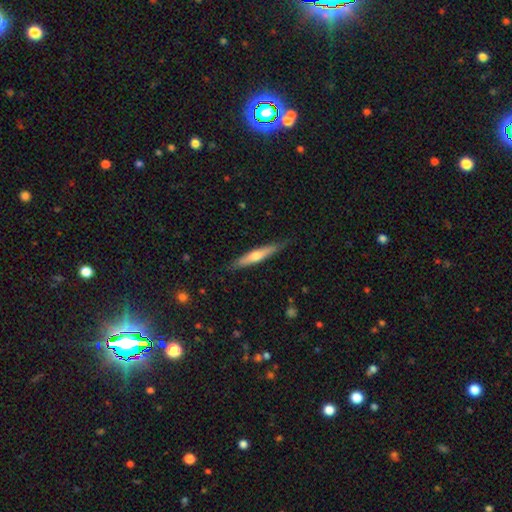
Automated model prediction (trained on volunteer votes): smooth_or_featured: featured or disk (p=0.48) [alt: smooth p=0.46]
merging: none (p=0.81) [alt: minor disturbance p=0.15]